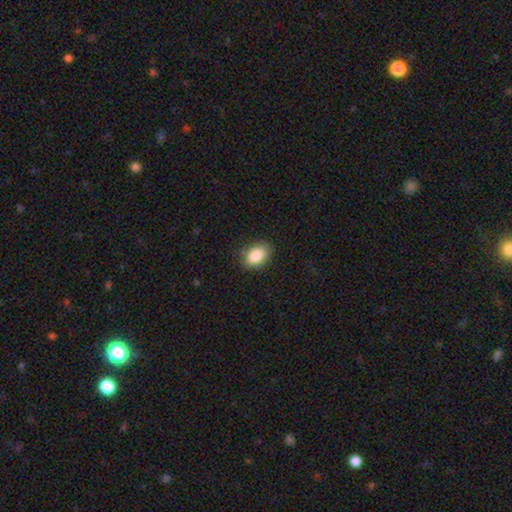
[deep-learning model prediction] Smooth or featured? smooth (87%)
How rounded? in between (85%)
Merging? none (82%)